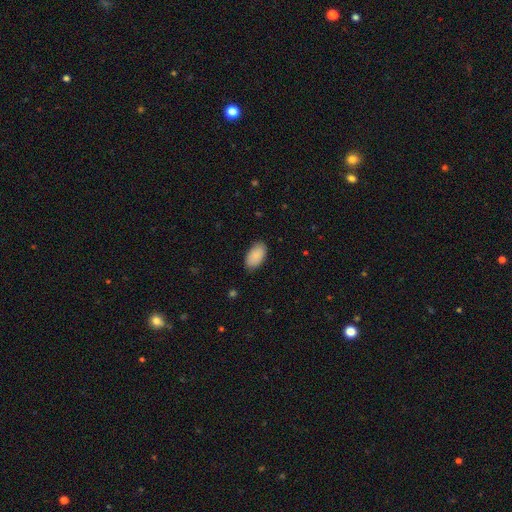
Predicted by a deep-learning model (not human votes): This is clearly a smooth galaxy (89%). How rounded: clearly in between (95%). Merging: clearly none (85%).